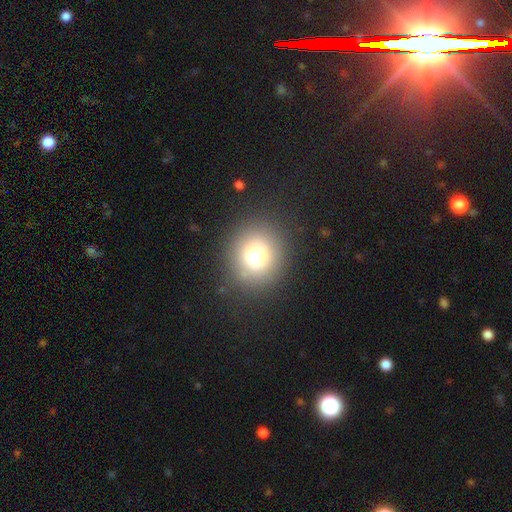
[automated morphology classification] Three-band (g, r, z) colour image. It shows a smooth galaxy with no disk features (72%) that is round (88%). Merging: none (87%).